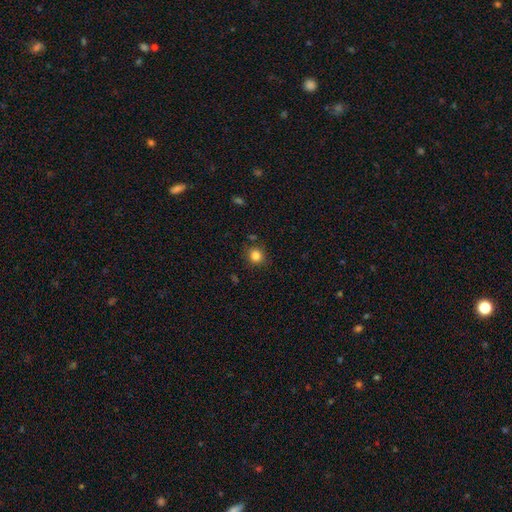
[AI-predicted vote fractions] smooth_or_featured: smooth (p=0.84) [alt: star or artifact p=0.12]
how_rounded: round (p=0.85) [alt: in between p=0.14]
merging: none (p=0.82) [alt: minor disturbance p=0.12]